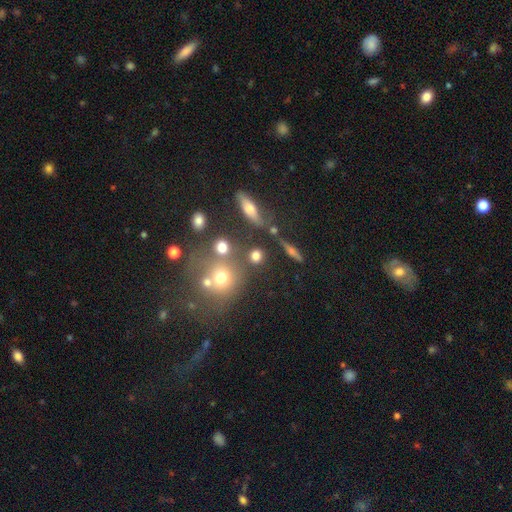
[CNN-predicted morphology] Smooth or featured? smooth (66%)
How rounded? round (76%)
Merging? none (67%)